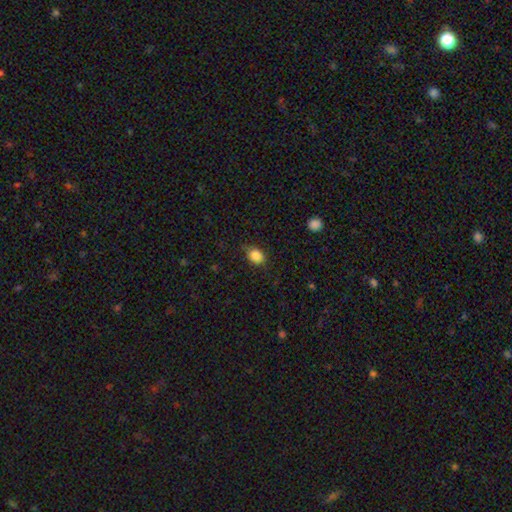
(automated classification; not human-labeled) A smooth galaxy with no disk features (86%) that is in between round and cigar-shaped (56%). Merging: none (76%).